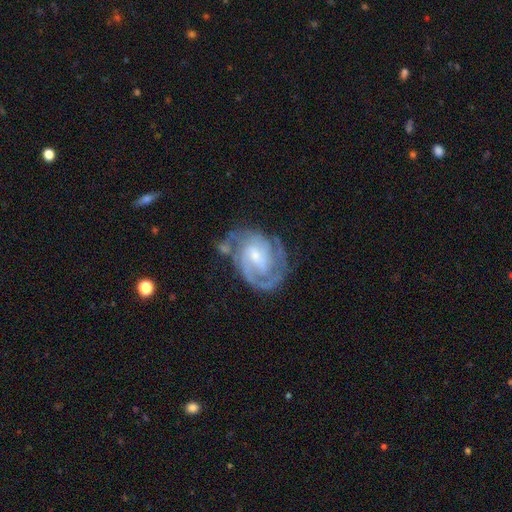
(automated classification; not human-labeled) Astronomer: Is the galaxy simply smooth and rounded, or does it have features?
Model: featured or disk — 87%.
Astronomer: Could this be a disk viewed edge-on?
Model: no — 98%.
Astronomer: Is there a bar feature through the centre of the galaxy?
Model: weak — 51% (runner-up: no, 35%).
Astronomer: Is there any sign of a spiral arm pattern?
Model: yes — 96%.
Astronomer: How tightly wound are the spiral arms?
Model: tight — 54% (runner-up: medium, 38%).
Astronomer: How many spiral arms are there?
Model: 2 — 42% (runner-up: 3, 22%).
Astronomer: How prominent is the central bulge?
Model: small — 60%.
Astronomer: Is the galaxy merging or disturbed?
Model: none — 58%.